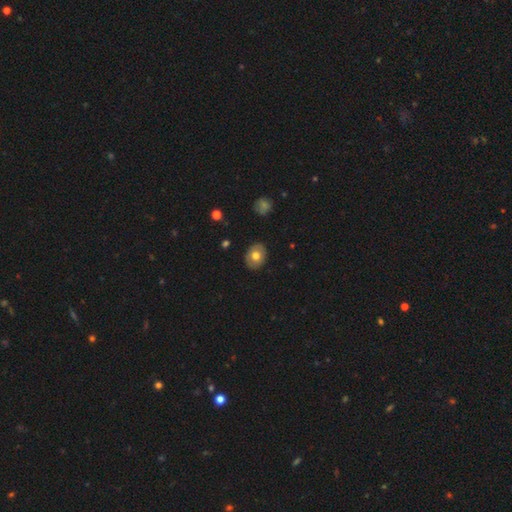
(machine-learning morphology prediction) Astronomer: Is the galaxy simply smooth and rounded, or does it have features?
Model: smooth — 71%.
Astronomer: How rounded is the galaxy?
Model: in between — 60% (runner-up: round, 40%).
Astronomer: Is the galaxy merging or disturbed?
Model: none — 87%.